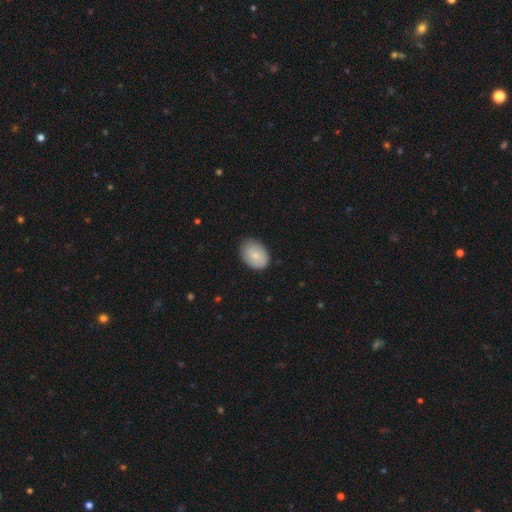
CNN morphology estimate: smooth-or-featured: smooth: 82% | featured or disk: 11% | star or artifact: 7%
  how-rounded: in between: 80% | round: 19% | cigar-shaped: 1%
  merging: none: 81% | minor disturbance: 15% | major disturbance: 3% | merger: 1%